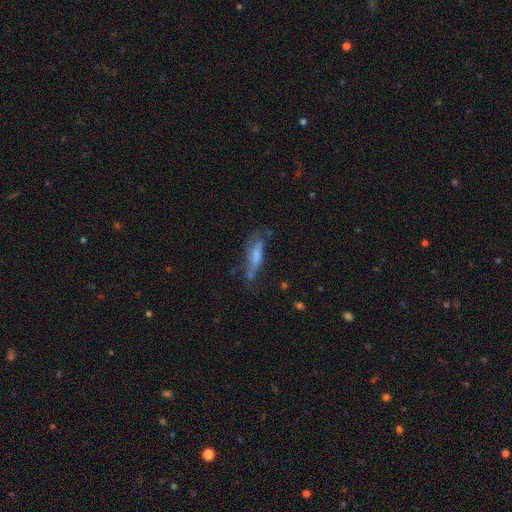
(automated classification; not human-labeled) smooth-or-featured: smooth: 56% | featured or disk: 35% | star or artifact: 9%
  how-rounded: cigar-shaped: 57% | in between: 40% | round: 2%
  merging: none: 43% | minor disturbance: 29% | major disturbance: 21% | merger: 7%